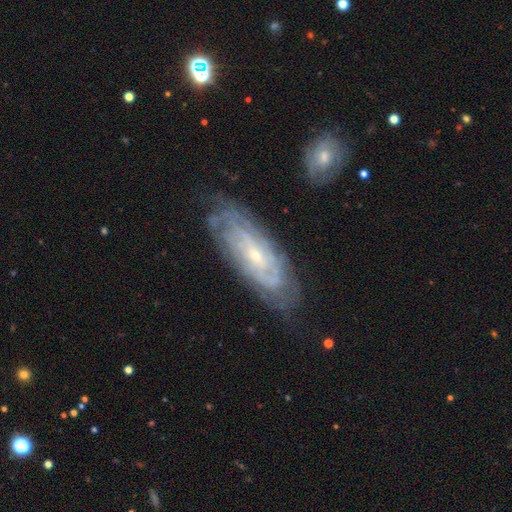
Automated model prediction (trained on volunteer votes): The model was most divided on "bar": no: 64%, weak: 29%, strong: 7%. More confident: spiral arms — yes (92%); edge-on disk — no (88%); smooth or featured — featured or disk (81%); spiral winding — tight (76%); bulge size — small (75%); merging — none (75%); spiral arm count — can't tell (56%).